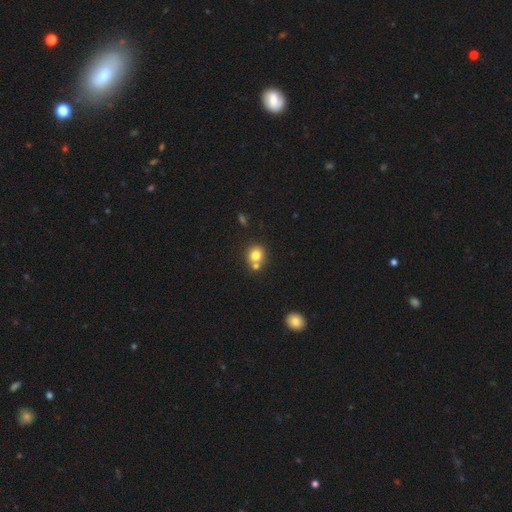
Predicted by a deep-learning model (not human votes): smooth 77%, star or artifact 12%, featured or disk 11%. Down the decision tree: how rounded — round (82%); merging — none (55%).